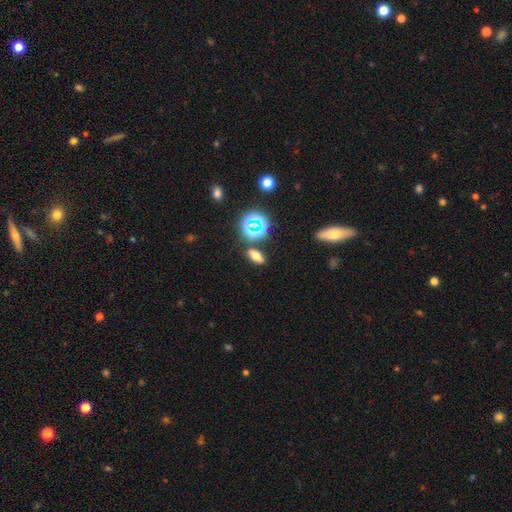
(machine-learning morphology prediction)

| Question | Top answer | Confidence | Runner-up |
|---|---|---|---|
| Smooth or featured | smooth | 64% | star or artifact (23%) |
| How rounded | in between | 67% | cigar-shaped (19%) |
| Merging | none | 83% | minor disturbance (9%) |